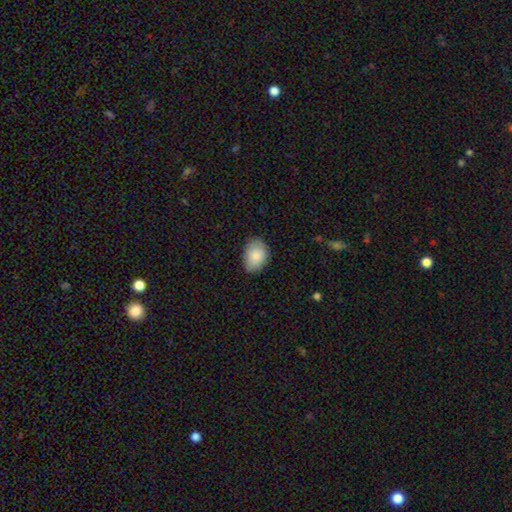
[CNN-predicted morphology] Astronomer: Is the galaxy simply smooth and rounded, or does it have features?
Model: smooth — 86%.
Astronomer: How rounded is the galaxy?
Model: in between — 79%.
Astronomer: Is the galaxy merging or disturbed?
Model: none — 79%.